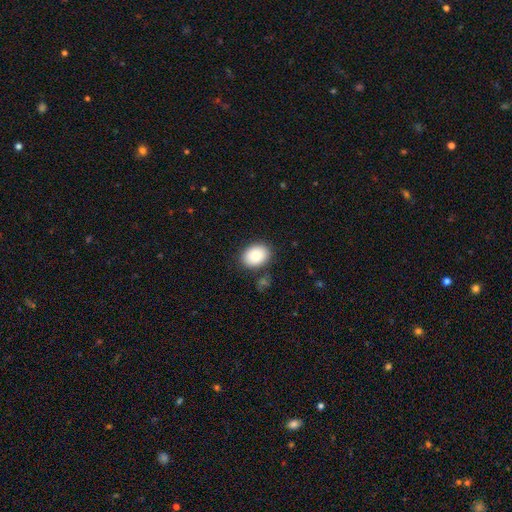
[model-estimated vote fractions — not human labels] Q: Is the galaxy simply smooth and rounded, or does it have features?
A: smooth — 83%.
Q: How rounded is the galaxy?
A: in between — 66%.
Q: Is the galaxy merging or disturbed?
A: none — 83%.